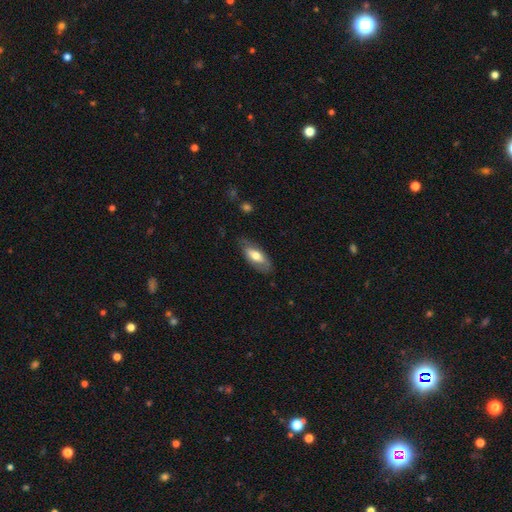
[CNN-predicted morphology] A smooth galaxy with no disk features (60%) that is in between round and cigar-shaped (81%). Merging: none (75%).